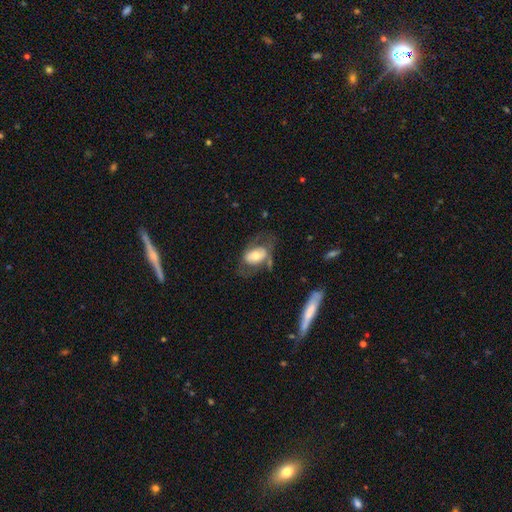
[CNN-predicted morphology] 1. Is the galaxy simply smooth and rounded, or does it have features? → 50% smooth, 43% featured or disk, 7% star or artifact.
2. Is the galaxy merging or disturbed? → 46% none, 26% major disturbance, 21% minor disturbance, 6% merger.